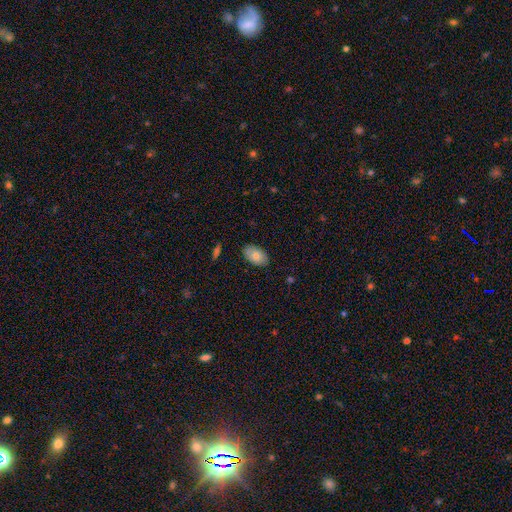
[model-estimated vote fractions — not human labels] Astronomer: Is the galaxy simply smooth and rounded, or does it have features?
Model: smooth — 79%.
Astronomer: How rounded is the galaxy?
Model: in between — 92%.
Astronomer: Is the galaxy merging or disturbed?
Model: none — 85%.